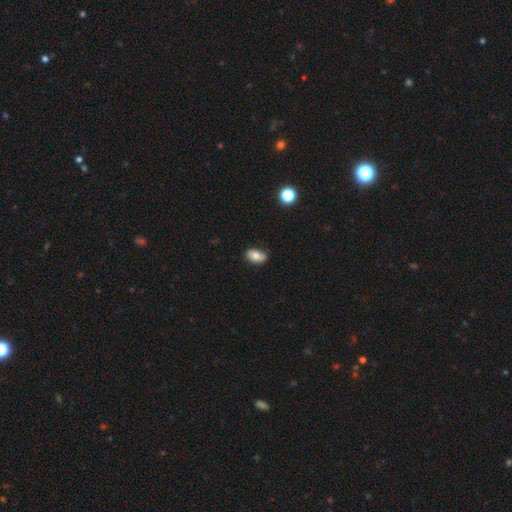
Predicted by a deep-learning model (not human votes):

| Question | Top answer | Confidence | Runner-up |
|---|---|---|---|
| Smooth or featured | smooth | 75% | featured or disk (16%) |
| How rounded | in between | 89% | round (9%) |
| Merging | none | 74% | minor disturbance (21%) |